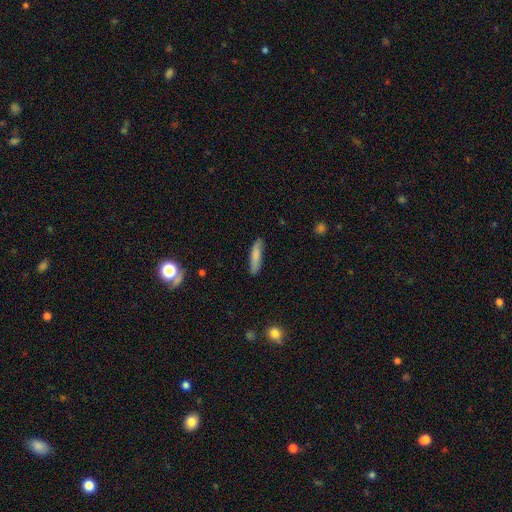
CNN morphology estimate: type=smooth (80%); roundness=cigar-shaped (80%); merging=none (84%).